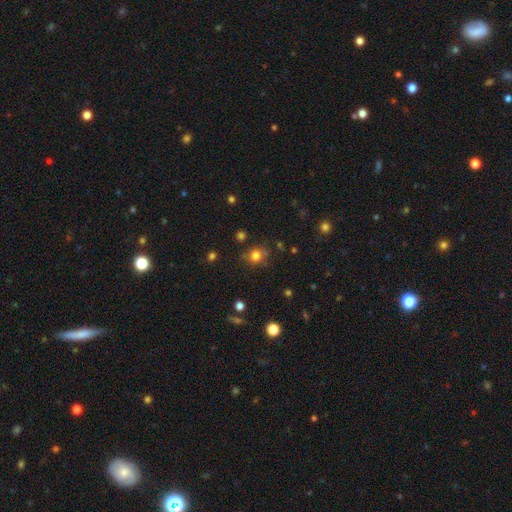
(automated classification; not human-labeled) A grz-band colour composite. It shows a smooth galaxy with no disk features (76%) that is round (80%). Merging: none (75%).